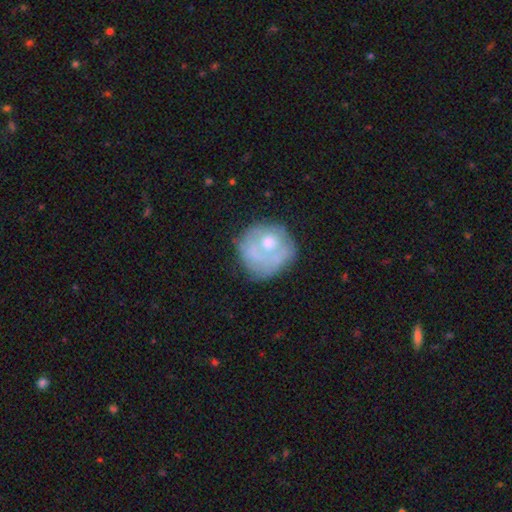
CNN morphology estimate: A smooth galaxy with no disk features (47%).

Vote fractions:
- Smooth or featured? smooth: 47% / featured or disk: 46% / star or artifact: 7%
- Merging? none: 51% / minor disturbance: 25% / major disturbance: 18% / merger: 5%